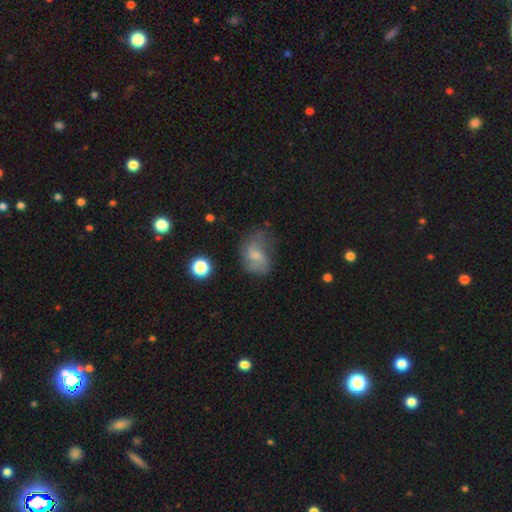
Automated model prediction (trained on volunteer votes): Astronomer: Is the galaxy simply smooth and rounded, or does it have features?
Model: smooth — 46% (runner-up: featured or disk, 44%).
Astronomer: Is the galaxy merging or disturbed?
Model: none — 42% (runner-up: minor disturbance, 30%).